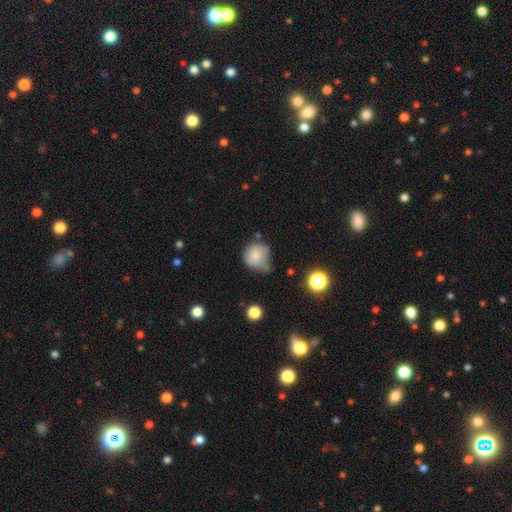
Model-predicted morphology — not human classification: This is likely a smooth galaxy (79%). How rounded: clearly round (82%). Merging: marginally none (40%).